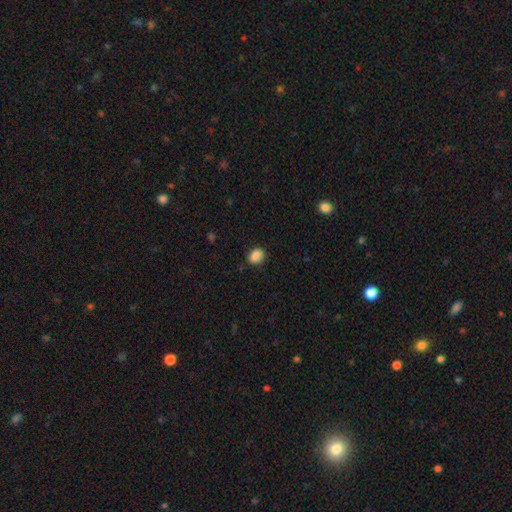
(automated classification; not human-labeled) smooth-or-featured: smooth: 87% | star or artifact: 9% | featured or disk: 4%
  how-rounded: round: 51% | in between: 48% | cigar-shaped: 1%
  merging: none: 84% | minor disturbance: 12% | major disturbance: 3% | merger: 1%